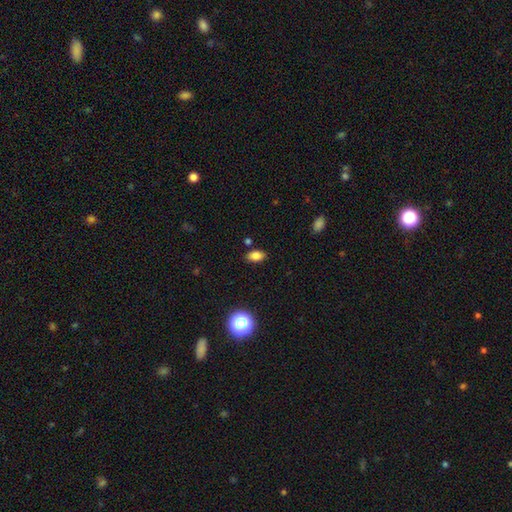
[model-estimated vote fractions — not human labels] This appears to be a smooth galaxy with no disk features (81%) that is in between round and cigar-shaped (88%). Merging: none (85%).